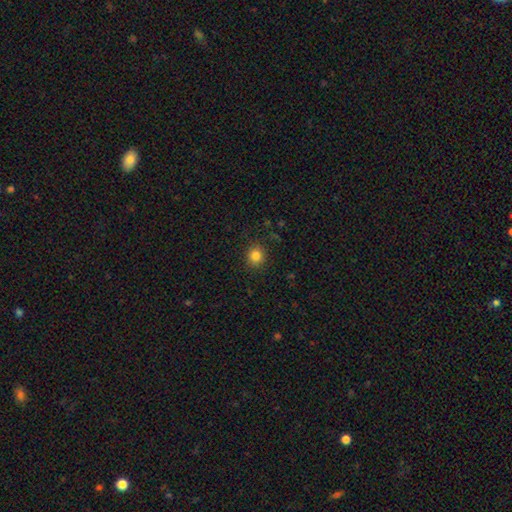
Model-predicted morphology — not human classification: Smooth or featured: smooth — 83% (star or artifact — 12%)
How rounded: round — 83% (in between — 16%)
Merging: none — 89% (minor disturbance — 8%)